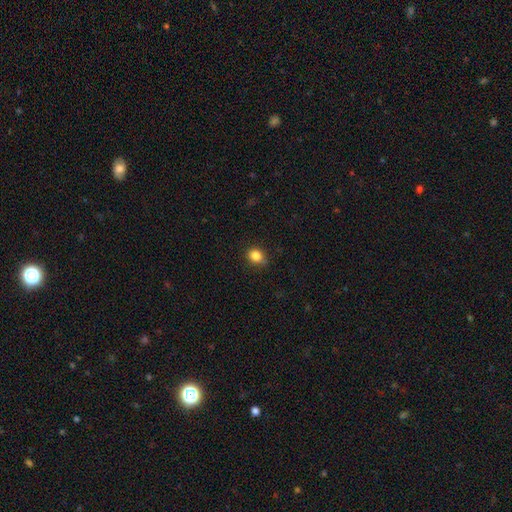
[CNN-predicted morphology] smooth 83%, star or artifact 11%, featured or disk 5%. Down the decision tree: how rounded — round (68%); merging — none (79%).